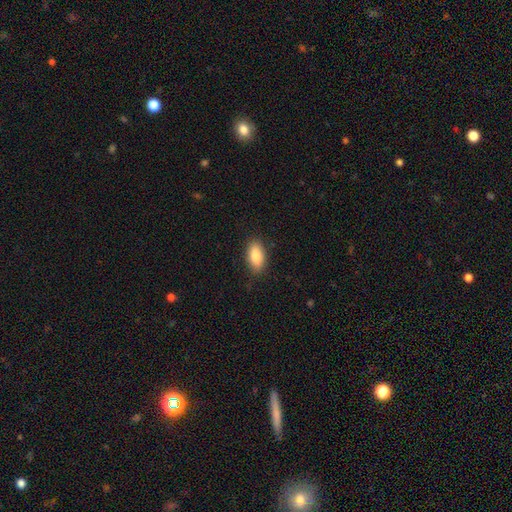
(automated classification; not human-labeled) Morphology: type=smooth (87%); roundness=in between (91%); merging=none (87%).